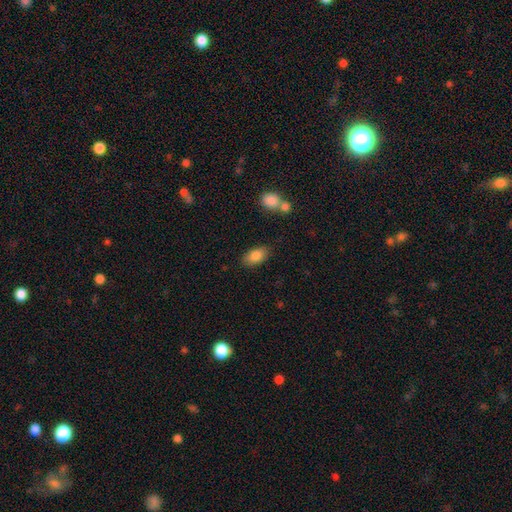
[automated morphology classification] smooth-or-featured: smooth: 84% | featured or disk: 8% | star or artifact: 7%
  how-rounded: in between: 92% | round: 5% | cigar-shaped: 3%
  merging: none: 83% | minor disturbance: 11% | merger: 4% | major disturbance: 3%